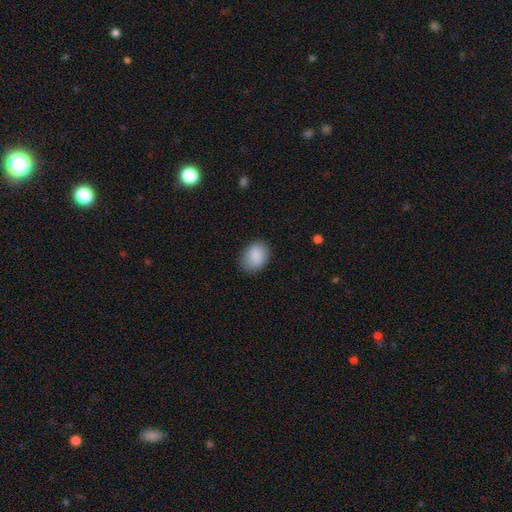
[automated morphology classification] Q: Smooth or featured?
A: smooth (86%); runner-up: star or artifact (8%)
Q: How rounded?
A: in between (65%); runner-up: round (34%)
Q: Merging?
A: none (80%); runner-up: minor disturbance (15%)